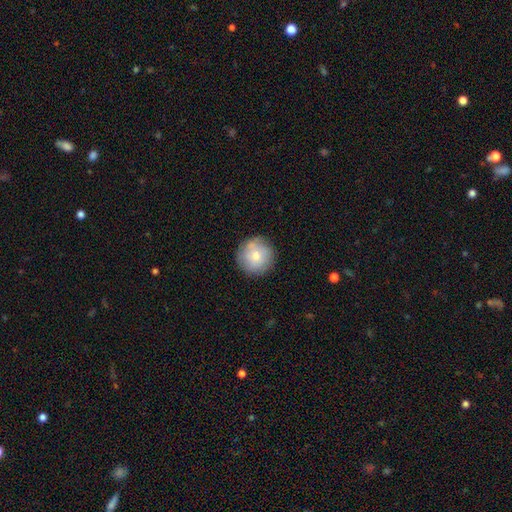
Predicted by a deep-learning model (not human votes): This appears to be a smooth galaxy with no disk features (75%) that is round (95%). Merging: none (84%).